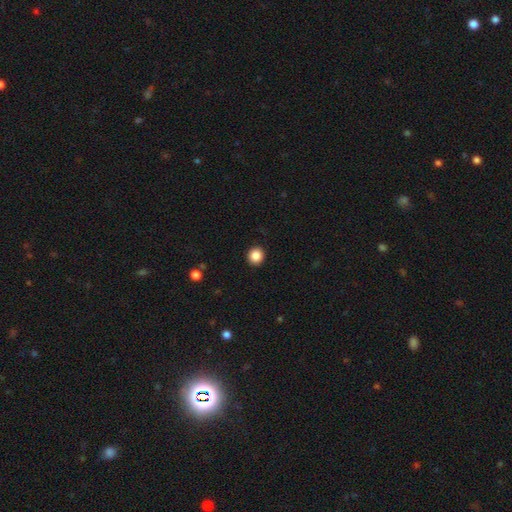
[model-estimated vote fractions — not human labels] smooth_or_featured: smooth (p=0.87) [alt: star or artifact p=0.10]
how_rounded: round (p=0.91) [alt: in between p=0.08]
merging: none (p=0.92) [alt: minor disturbance p=0.05]